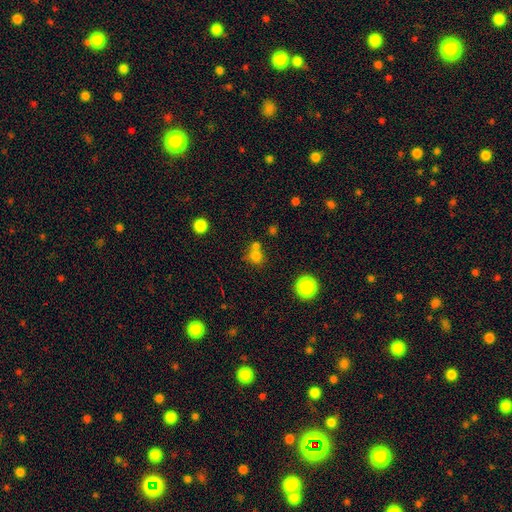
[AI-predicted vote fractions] A smooth galaxy with no disk features (74%) that is round (83%).

Vote fractions:
- Smooth or featured? smooth: 74% / star or artifact: 17% / featured or disk: 9%
- How rounded? round: 83% / in between: 16% / cigar-shaped: 1%
- Merging? none: 50% / merger: 38% / minor disturbance: 8% / major disturbance: 4%